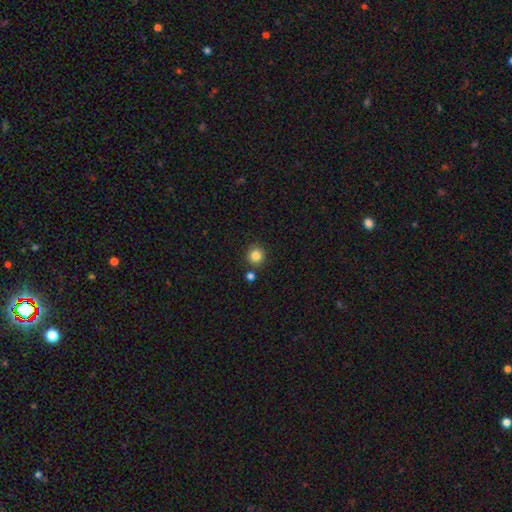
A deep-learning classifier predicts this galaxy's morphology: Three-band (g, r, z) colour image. It shows a smooth galaxy with no disk features (84%) that is round (93%). Merging: none (83%).